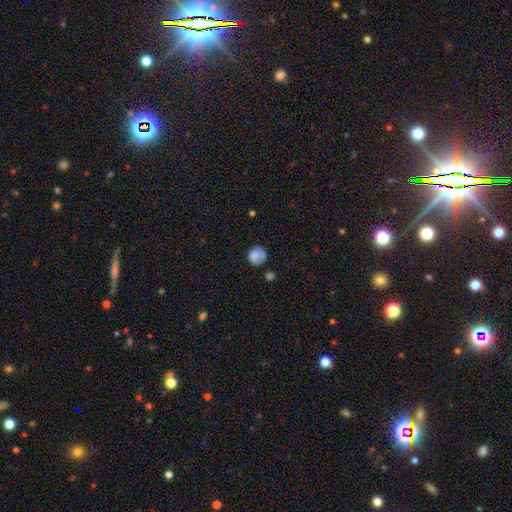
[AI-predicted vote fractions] smooth-or-featured: smooth: 77% | featured or disk: 14% | star or artifact: 8%
  how-rounded: round: 83% | in between: 16% | cigar-shaped: 1%
  merging: none: 64% | minor disturbance: 23% | major disturbance: 9% | merger: 4%